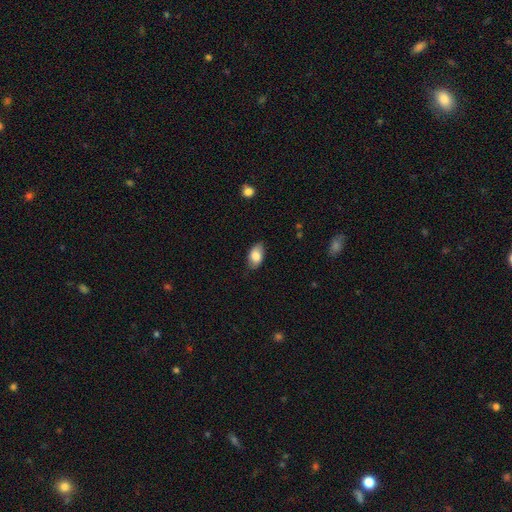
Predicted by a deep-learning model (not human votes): Overall: smooth (82%). How rounded: in between (92%). Merging: none (79%).